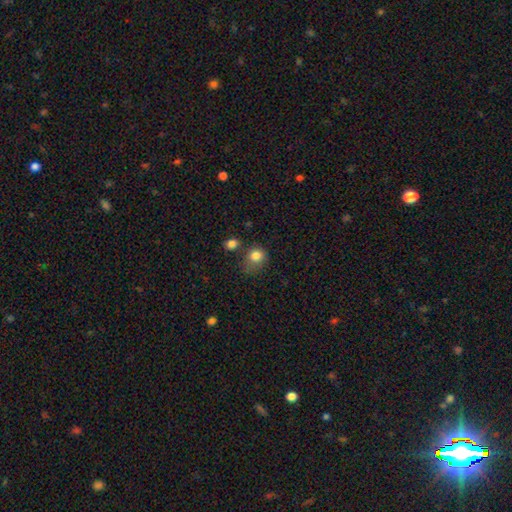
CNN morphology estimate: smooth 81%, star or artifact 11%, featured or disk 8%. Down the decision tree: how rounded — round (66%); merging — none (47%).